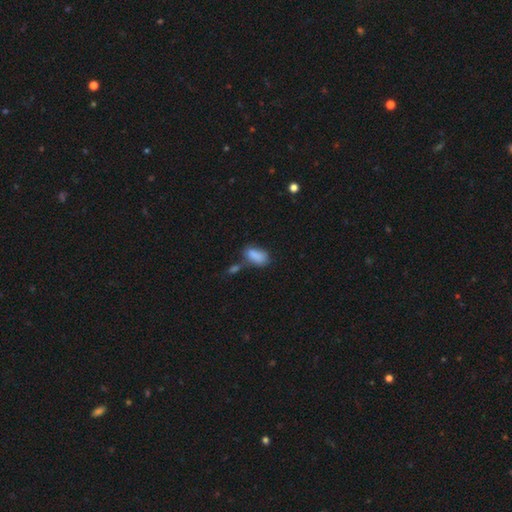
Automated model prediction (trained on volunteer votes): This appears to be a smooth galaxy with no disk features (83%) that is in between round and cigar-shaped (90%). Merging: none (43%).